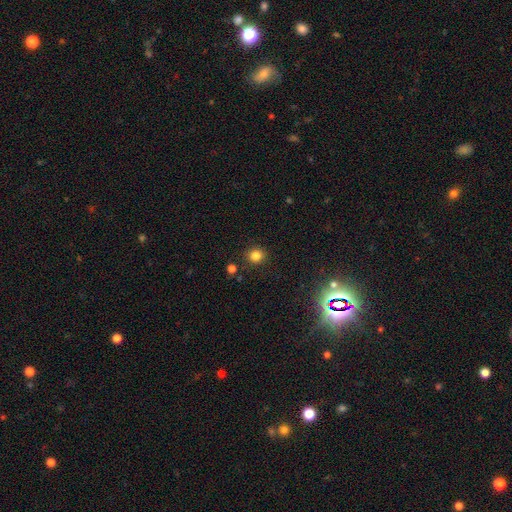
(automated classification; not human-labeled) A smooth galaxy with no disk features (81%) that is round (89%).

Vote fractions:
- Smooth or featured? smooth: 81% / star or artifact: 14% / featured or disk: 5%
- How rounded? round: 89% / in between: 10% / cigar-shaped: 1%
- Merging? none: 88% / minor disturbance: 7% / merger: 3% / major disturbance: 2%